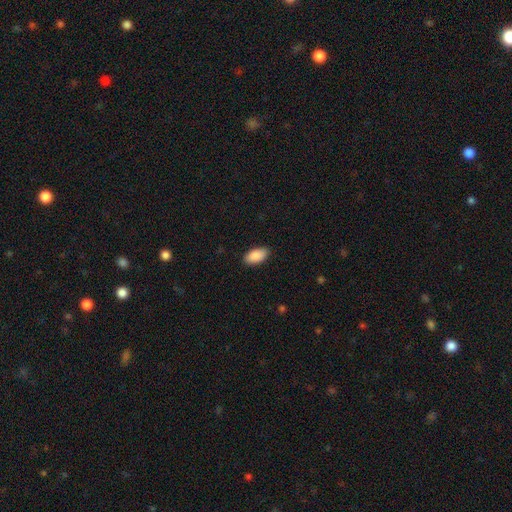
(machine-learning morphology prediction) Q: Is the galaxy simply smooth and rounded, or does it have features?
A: smooth — 89%.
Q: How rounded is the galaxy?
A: in between — 95%.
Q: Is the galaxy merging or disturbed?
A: none — 89%.